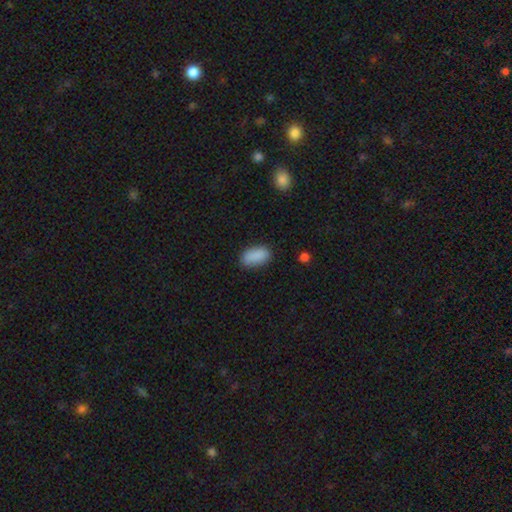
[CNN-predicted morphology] smooth-or-featured: smooth: 88% | star or artifact: 8% | featured or disk: 5%
  how-rounded: in between: 92% | round: 4% | cigar-shaped: 4%
  merging: none: 80% | minor disturbance: 15% | major disturbance: 3% | merger: 2%